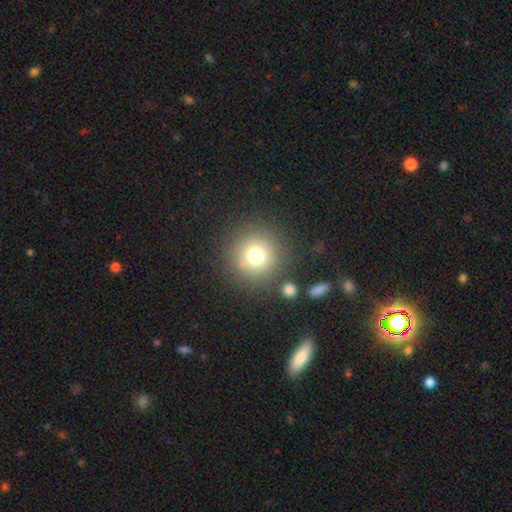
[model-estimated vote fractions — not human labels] This appears to be a smooth galaxy with no disk features (74%) that is round (95%). Merging: none (82%).